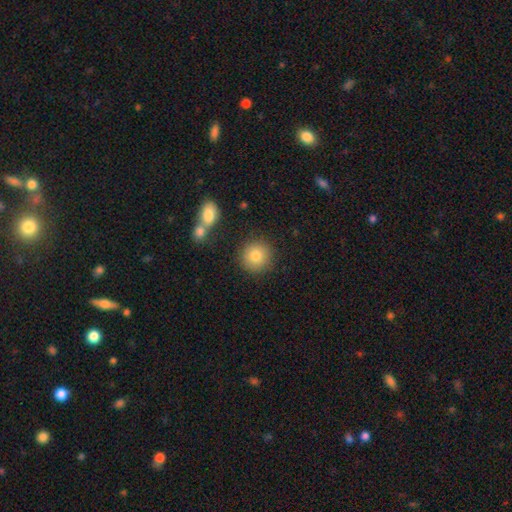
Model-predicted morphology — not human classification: Smooth or featured? smooth (82%)
How rounded? round (93%)
Merging? none (83%)